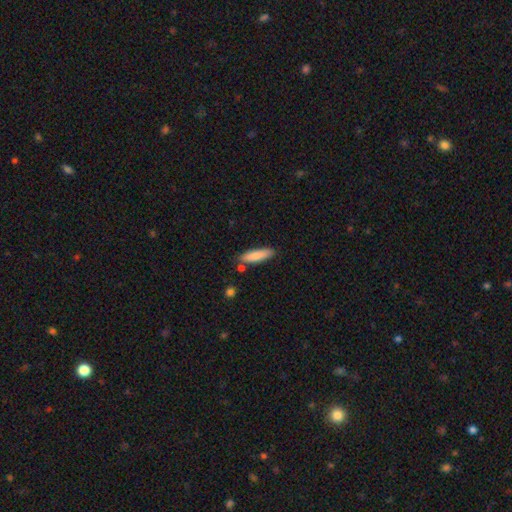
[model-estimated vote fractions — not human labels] Smooth or featured?
  - smooth: 84% *
  - featured or disk: 10%
  - star or artifact: 6%
How rounded?
  - cigar-shaped: 70% *
  - in between: 29%
  - round: 2%
Merging?
  - none: 80% *
  - minor disturbance: 12%
  - merger: 5%
  - major disturbance: 2%